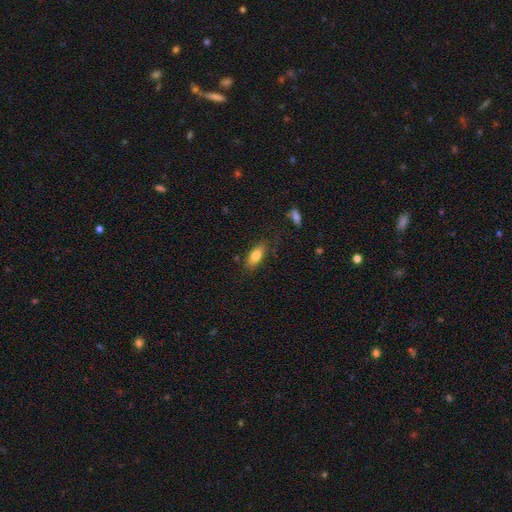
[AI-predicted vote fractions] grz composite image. It shows a smooth galaxy with no disk features (79%) that is in between round and cigar-shaped (79%). Merging: none (80%).